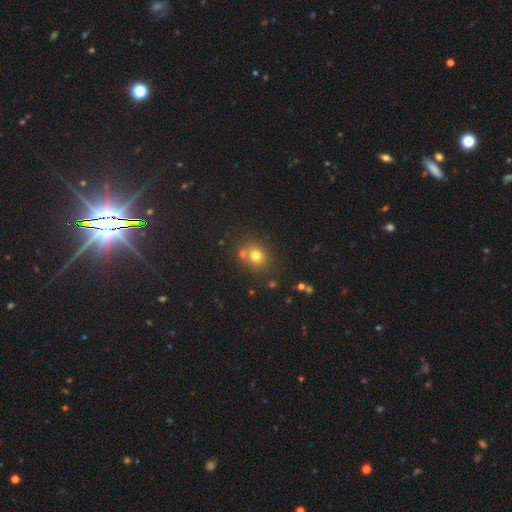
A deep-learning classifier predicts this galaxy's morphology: Q: Smooth or featured?
A: smooth (73%); runner-up: star or artifact (16%)
Q: How rounded?
A: round (72%); runner-up: in between (27%)
Q: Merging?
A: none (69%); runner-up: merger (17%)